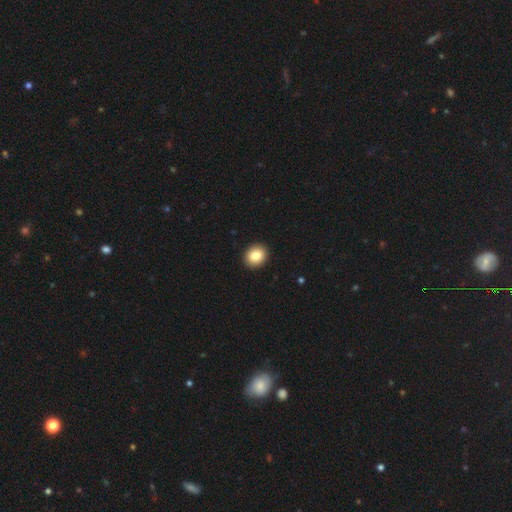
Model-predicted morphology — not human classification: smooth_or_featured: smooth (p=0.85) [alt: star or artifact p=0.09]
how_rounded: round (p=0.62) [alt: in between p=0.37]
merging: none (p=0.93) [alt: minor disturbance p=0.05]